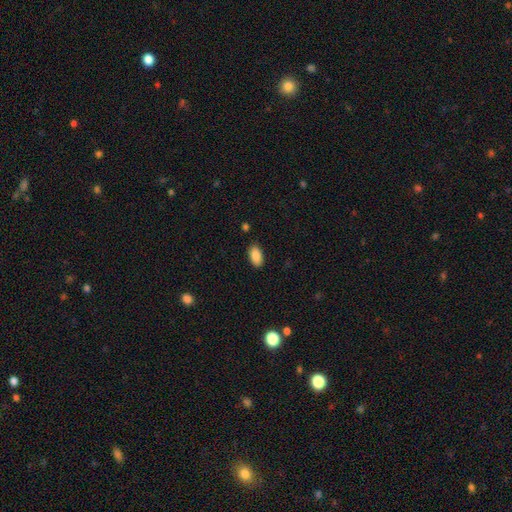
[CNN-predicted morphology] Smooth or featured?
  - smooth: 88% *
  - star or artifact: 7%
  - featured or disk: 5%
How rounded?
  - in between: 94% *
  - cigar-shaped: 3%
  - round: 3%
Merging?
  - none: 86% *
  - minor disturbance: 10%
  - major disturbance: 2%
  - merger: 2%